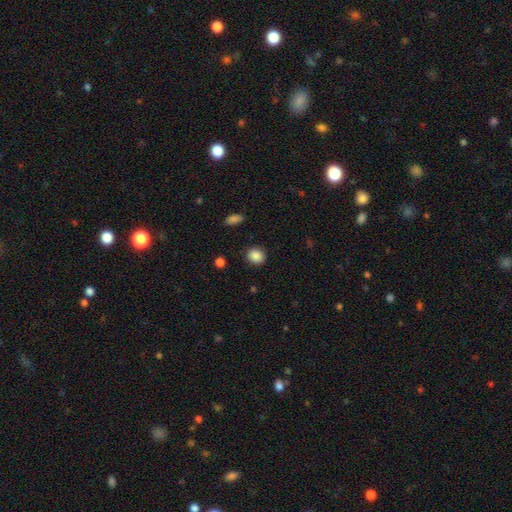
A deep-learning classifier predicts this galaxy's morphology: This is clearly a smooth galaxy (88%). How rounded: likely round (75%). Merging: clearly none (89%).